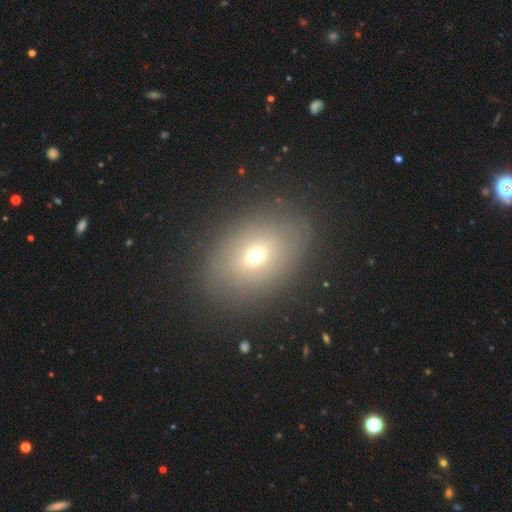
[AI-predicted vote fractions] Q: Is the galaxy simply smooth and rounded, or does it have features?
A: smooth — 61%.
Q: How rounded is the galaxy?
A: in between — 71%.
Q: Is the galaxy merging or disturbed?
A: none — 82%.